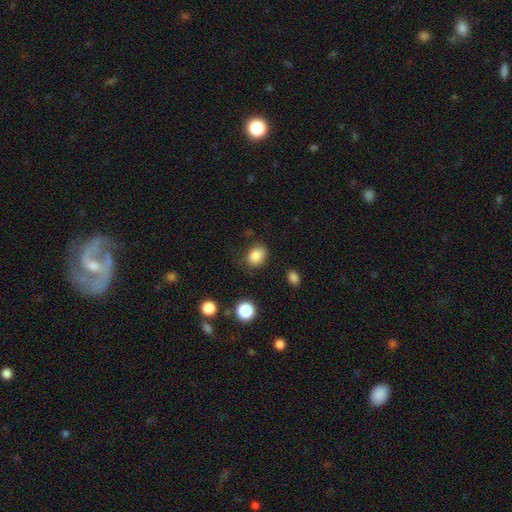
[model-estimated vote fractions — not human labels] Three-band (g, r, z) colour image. It shows a smooth galaxy with no disk features (85%) that is round (52%). Merging: none (72%).